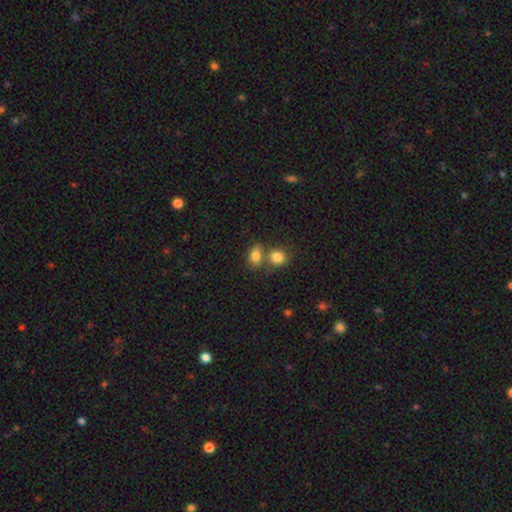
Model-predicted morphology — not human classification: A smooth galaxy with no disk features (82%) that is in between round and cigar-shaped (67%).

Vote fractions:
- Smooth or featured? smooth: 82% / star or artifact: 10% / featured or disk: 8%
- How rounded? in between: 67% / round: 32% / cigar-shaped: 2%
- Merging? none: 43% (tied) / merger: 43% (tied) / minor disturbance: 10% / major disturbance: 4%